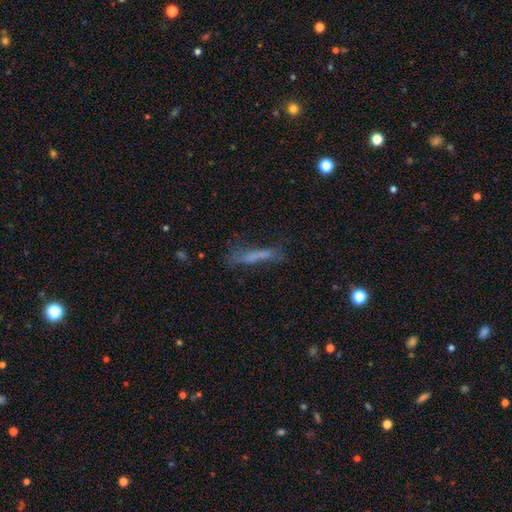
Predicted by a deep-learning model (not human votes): This is possibly a smooth galaxy (52%). How rounded: clearly cigar-shaped (86%). Merging: possibly none (53%).